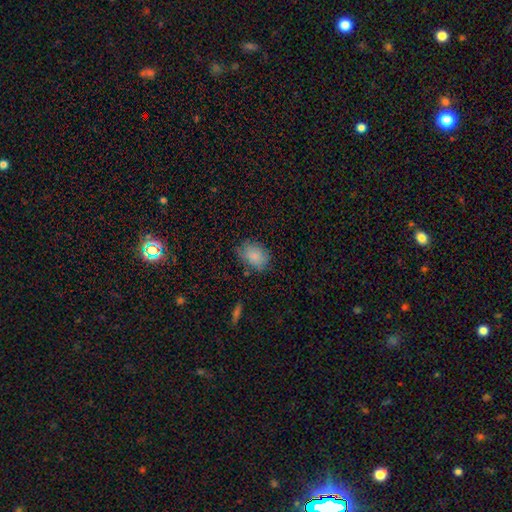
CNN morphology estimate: Smooth or featured? Predicted: smooth (p=0.83). How rounded? Predicted: in between (p=0.75). Merging? Predicted: none (p=0.74).